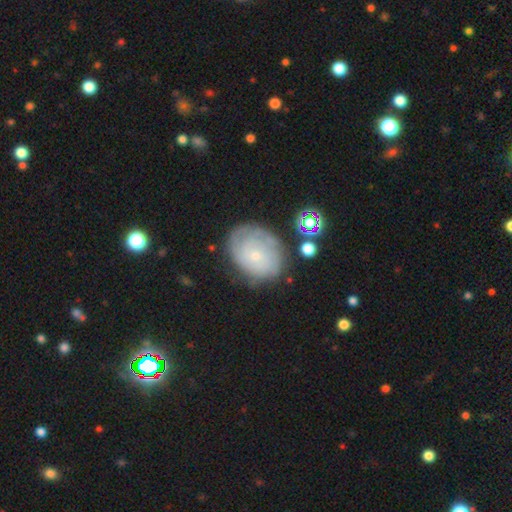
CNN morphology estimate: Smooth or featured?
  - featured or disk: 57% *
  - smooth: 33%
  - star or artifact: 10%
Edge-on disk?
  - no: 97% *
  - yes: 3%
Bar?
  - no: 82% *
  - weak: 15%
  - strong: 2%
Spiral arms?
  - yes: 77% *
  - no: 23%
Bulge size?
  - small: 77% *
  - moderate: 18%
  - none: 2%
  - large: 1%
  - dominant: 1%
Merging?
  - none: 67% *
  - minor disturbance: 21%
  - major disturbance: 8%
  - merger: 4%